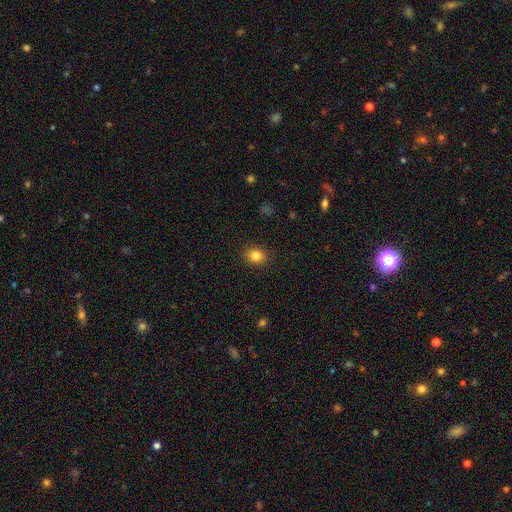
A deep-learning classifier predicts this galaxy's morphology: Overall: smooth (84%). How rounded: round (57%; in between 42%). Merging: none (88%).